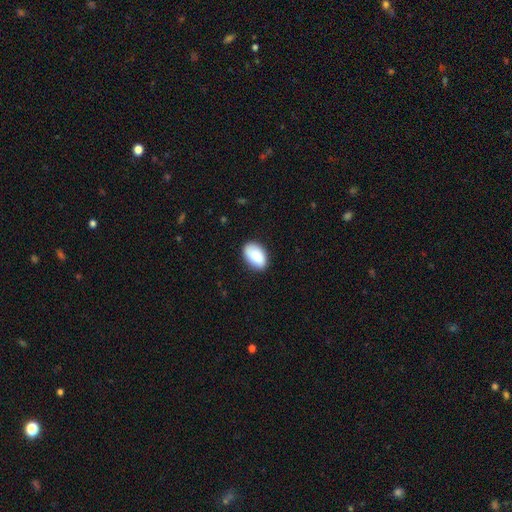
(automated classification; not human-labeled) Overall: smooth (87%). How rounded: in between (92%). Merging: none (84%).